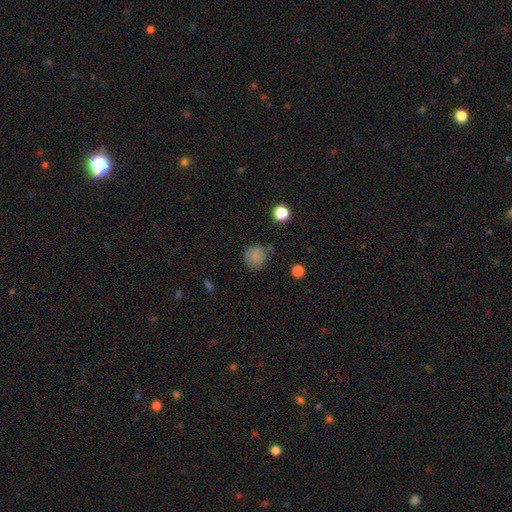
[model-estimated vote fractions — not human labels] smooth_or_featured: smooth (p=0.82) [alt: star or artifact p=0.11]
how_rounded: round (p=0.89) [alt: in between p=0.10]
merging: none (p=0.66) [alt: minor disturbance p=0.22]